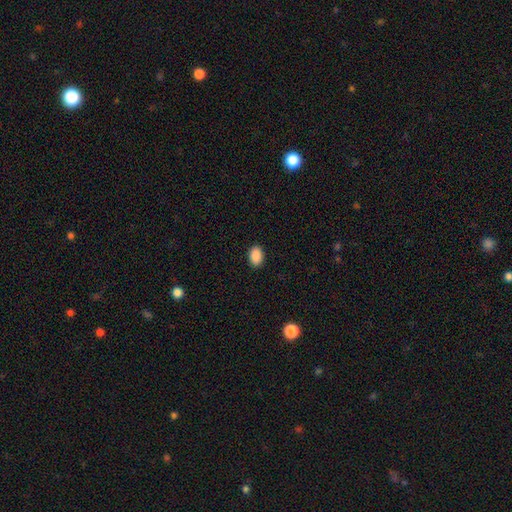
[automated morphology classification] smooth-or-featured: smooth: 90% | star or artifact: 7% | featured or disk: 2%
  how-rounded: in between: 88% | round: 11% | cigar-shaped: 1%
  merging: none: 90% | minor disturbance: 7% | major disturbance: 2% | merger: 1%